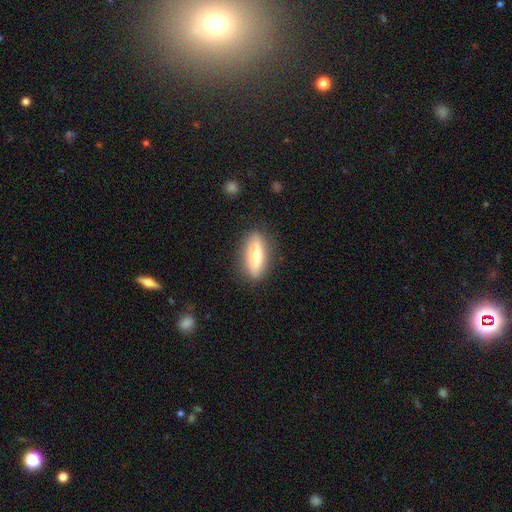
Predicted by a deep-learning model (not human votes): Overall: smooth (55%; featured or disk 39%). How rounded: in between (56%; cigar-shaped 41%). Merging: none (86%).